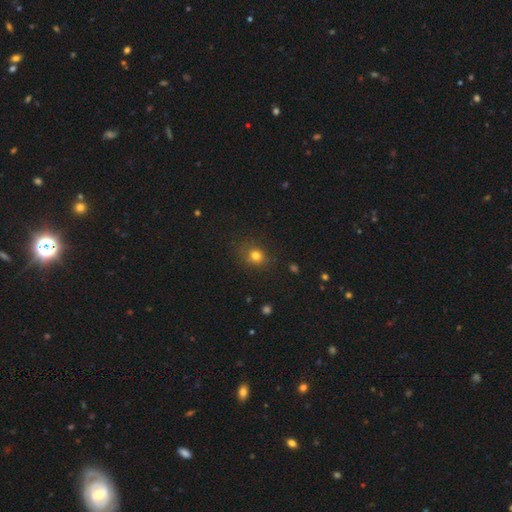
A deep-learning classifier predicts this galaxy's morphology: This is likely a smooth galaxy (77%). How rounded: likely round (73%). Merging: likely none (78%).